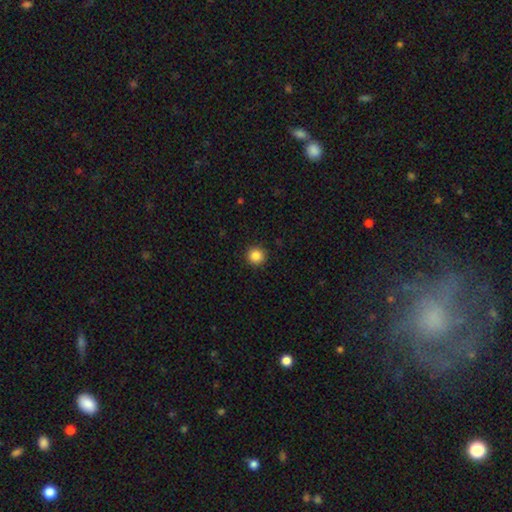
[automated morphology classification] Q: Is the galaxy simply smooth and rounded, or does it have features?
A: smooth — 86%.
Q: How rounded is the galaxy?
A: round — 96%.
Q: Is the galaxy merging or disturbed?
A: none — 93%.